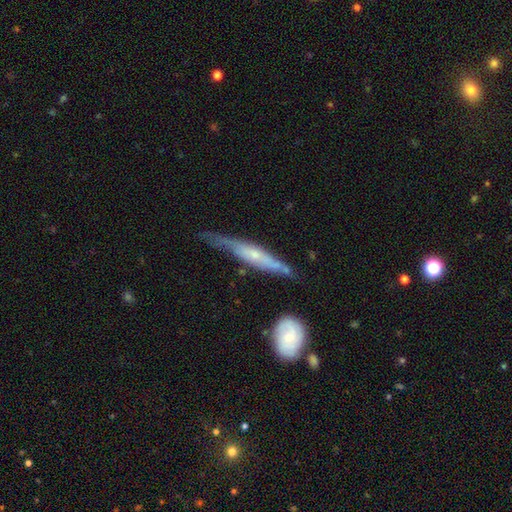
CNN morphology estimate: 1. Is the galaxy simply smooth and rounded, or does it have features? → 64% featured or disk, 29% smooth, 6% star or artifact.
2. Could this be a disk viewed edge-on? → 78% yes, 22% no.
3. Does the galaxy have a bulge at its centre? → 56% rounded, 31% none, 13% boxy.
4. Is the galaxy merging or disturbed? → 45% none, 34% minor disturbance, 15% major disturbance, 6% merger.